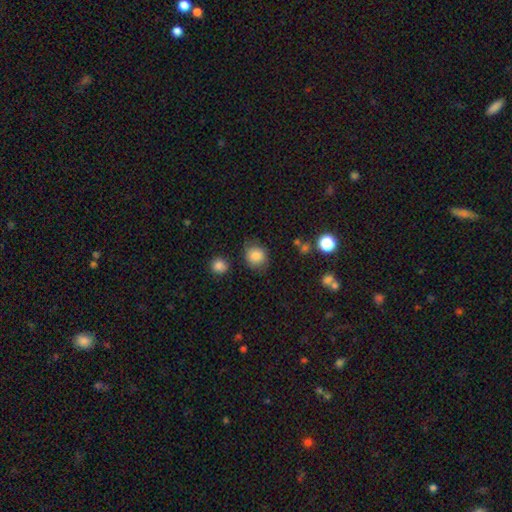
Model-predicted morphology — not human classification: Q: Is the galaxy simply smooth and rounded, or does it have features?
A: smooth — 84%.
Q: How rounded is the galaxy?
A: round — 79%.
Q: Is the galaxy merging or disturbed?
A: none — 74%.